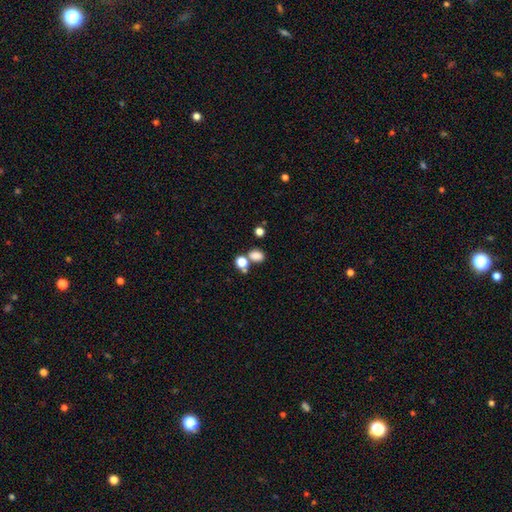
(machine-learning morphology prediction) smooth 80%, star or artifact 14%, featured or disk 6%. Down the decision tree: how rounded — in between (62%); merging — none (58%).